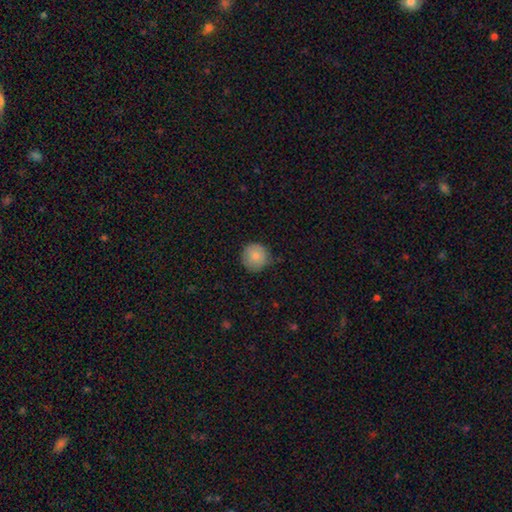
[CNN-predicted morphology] type=smooth (84%); roundness=round (94%); merging=none (76%).